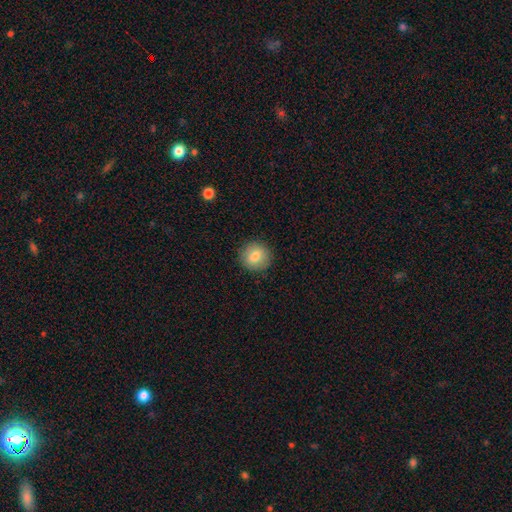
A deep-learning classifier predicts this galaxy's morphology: Smooth or featured? Predicted: smooth (p=0.81). How rounded? Predicted: round (p=0.91). Merging? Predicted: none (p=0.91).